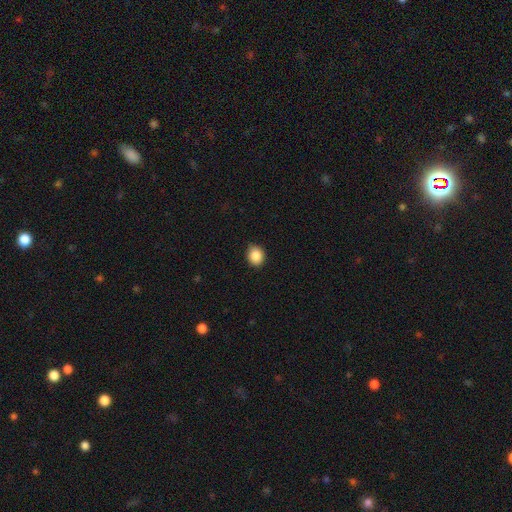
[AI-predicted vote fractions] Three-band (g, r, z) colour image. It shows a smooth galaxy with no disk features (87%) that is round (70%). Merging: none (81%).